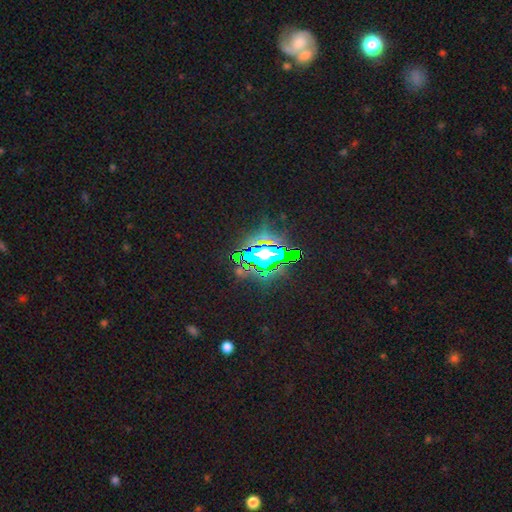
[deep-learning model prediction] Morphology: type=star or artifact (72%).